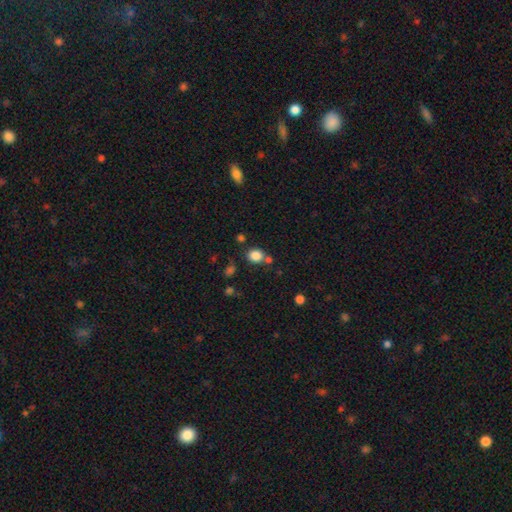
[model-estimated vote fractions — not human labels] Overall: smooth (84%). How rounded: round (69%; in between 30%). Merging: none (69%).